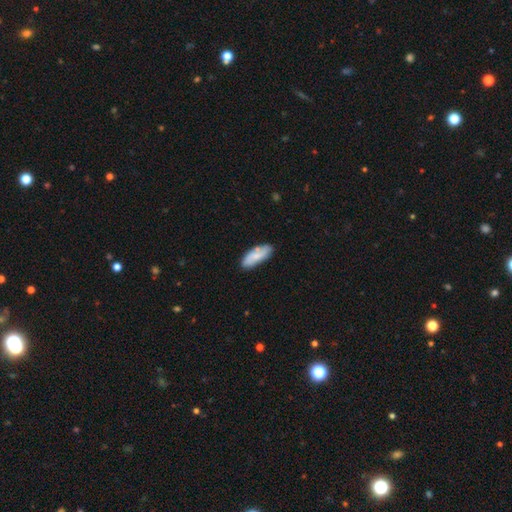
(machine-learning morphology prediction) type=smooth (67%); roundness=in between (74%); merging=none (77%).